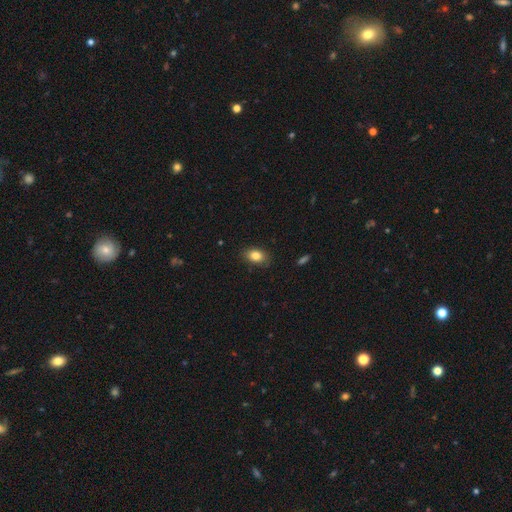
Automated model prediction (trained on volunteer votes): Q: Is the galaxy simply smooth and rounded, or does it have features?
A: smooth — 83%.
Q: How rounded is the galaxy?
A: in between — 82%.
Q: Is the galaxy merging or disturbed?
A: none — 84%.